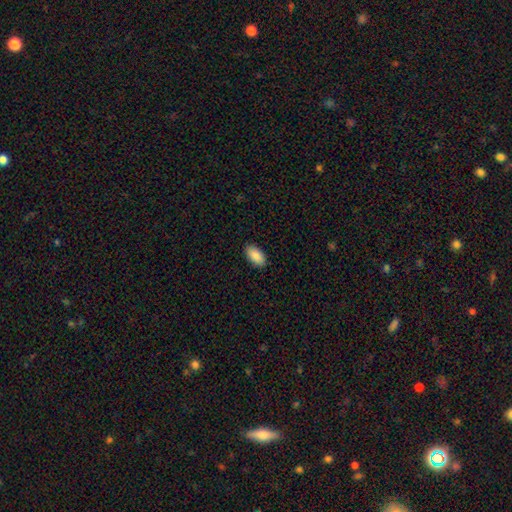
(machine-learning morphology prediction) Smooth or featured?
  - smooth: 90% *
  - star or artifact: 6%
  - featured or disk: 4%
How rounded?
  - in between: 94% *
  - cigar-shaped: 3%
  - round: 2%
Merging?
  - none: 90% *
  - minor disturbance: 7%
  - major disturbance: 2%
  - merger: 1%